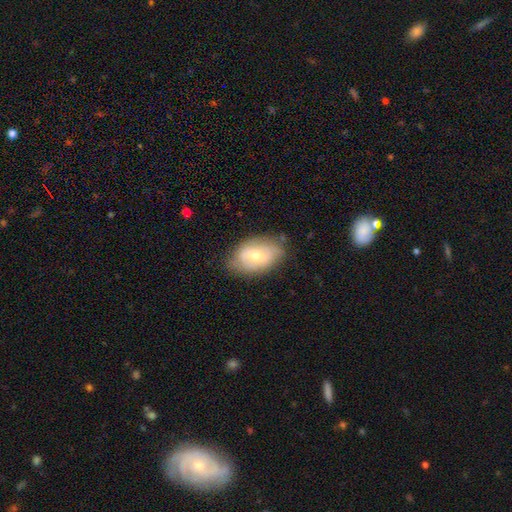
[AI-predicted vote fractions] A featured or disk galaxy (47%).

Vote fractions:
- Smooth or featured? featured or disk: 47% / smooth: 46% / star or artifact: 7%
- Merging? none: 69% / minor disturbance: 23% / major disturbance: 6% / merger: 2%